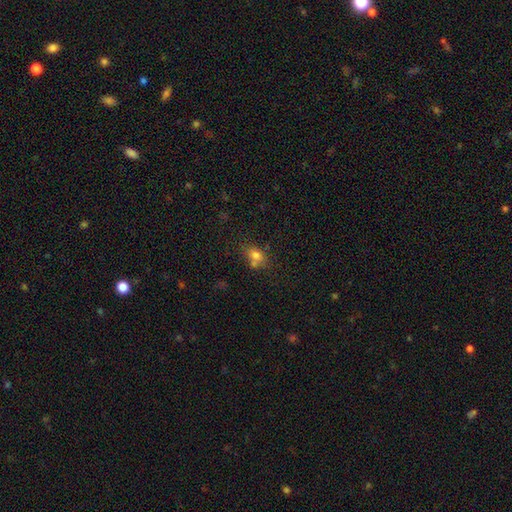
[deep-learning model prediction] Overall: smooth (75%). How rounded: in between (66%; round 31%). Merging: none (53%; merger 27%).